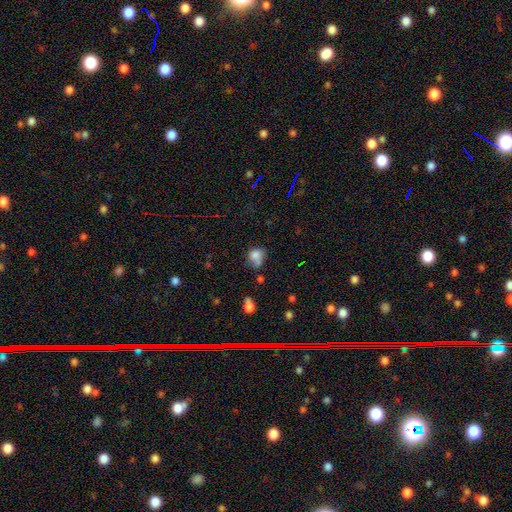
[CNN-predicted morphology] smooth 77%, star or artifact 12%, featured or disk 11%. Down the decision tree: how rounded — round (55%); merging — none (38%).